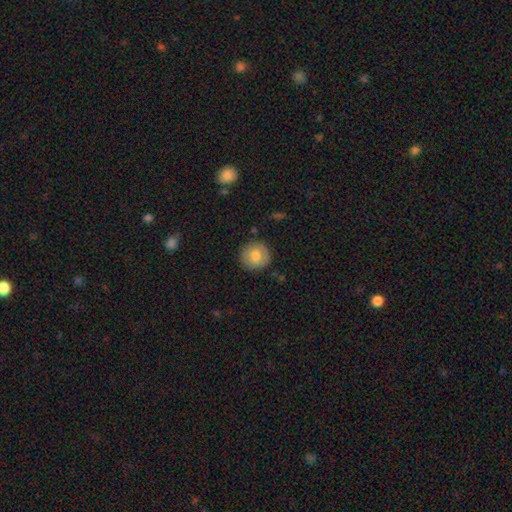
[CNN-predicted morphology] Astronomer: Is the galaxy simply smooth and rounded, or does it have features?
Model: smooth — 79%.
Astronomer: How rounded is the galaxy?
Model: round — 93%.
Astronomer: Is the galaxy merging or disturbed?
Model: none — 87%.